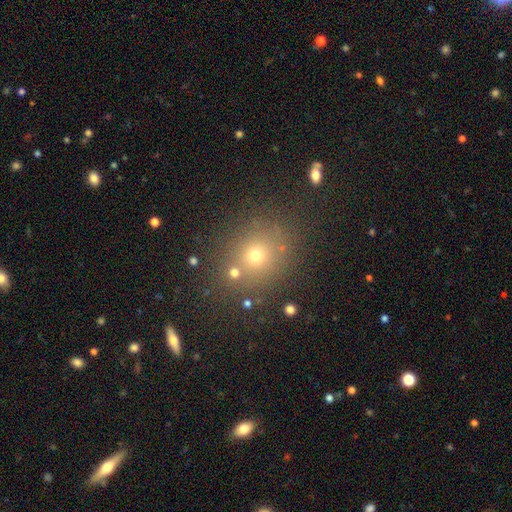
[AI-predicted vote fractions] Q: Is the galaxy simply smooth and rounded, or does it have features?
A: smooth — 64%.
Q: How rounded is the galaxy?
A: round — 74%.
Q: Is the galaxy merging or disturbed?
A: none — 76%.